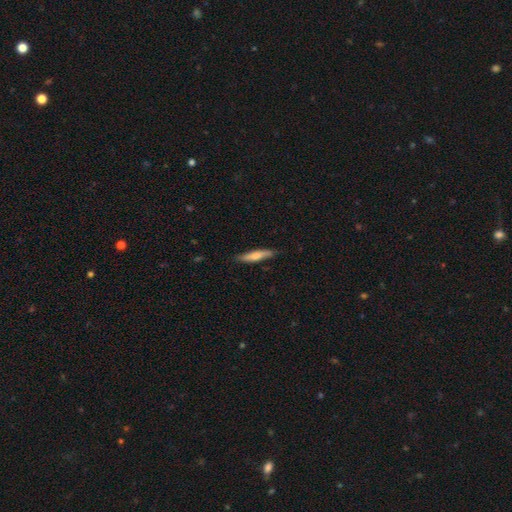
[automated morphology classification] Smooth or featured?
  - smooth: 69% *
  - featured or disk: 25%
  - star or artifact: 5%
How rounded?
  - cigar-shaped: 86% *
  - in between: 13%
  - round: 1%
Merging?
  - none: 83% *
  - minor disturbance: 14%
  - major disturbance: 2%
  - merger: 1%